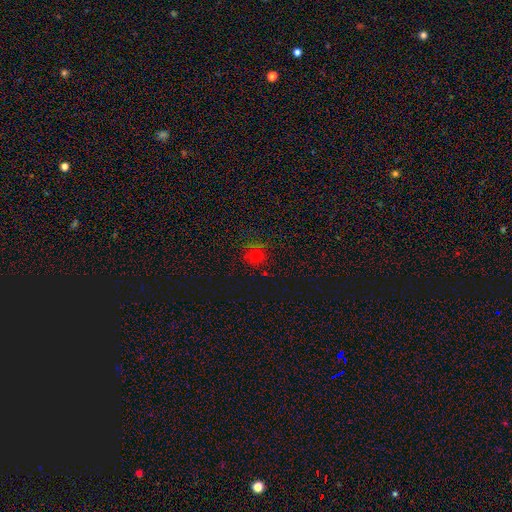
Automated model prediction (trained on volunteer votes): The model was most divided on "smooth or featured": smooth: 59%, star or artifact: 31%, featured or disk: 10%. More confident: how rounded — round (89%); merging — none (78%).